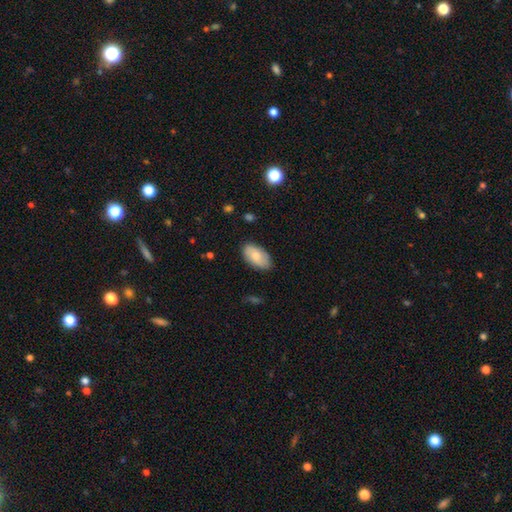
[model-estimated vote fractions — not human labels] Morphology: type=smooth (76%); roundness=in between (94%); merging=none (82%).